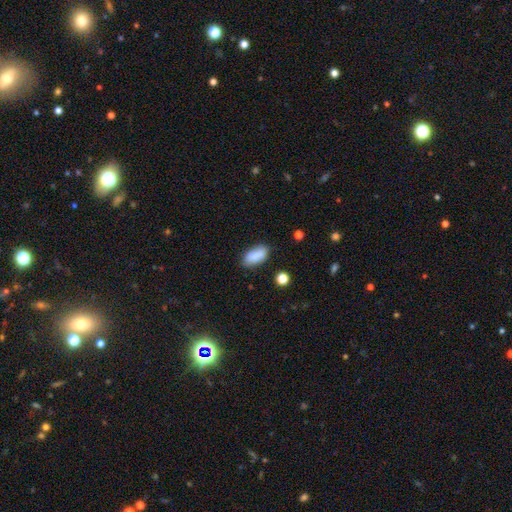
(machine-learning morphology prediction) Overall: smooth (86%). How rounded: in between (90%). Merging: none (79%).